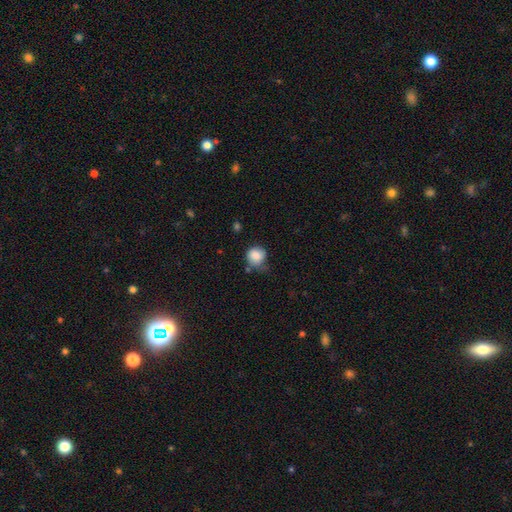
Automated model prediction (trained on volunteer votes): Smooth or featured? smooth (85%)
How rounded? round (84%)
Merging? none (53%)